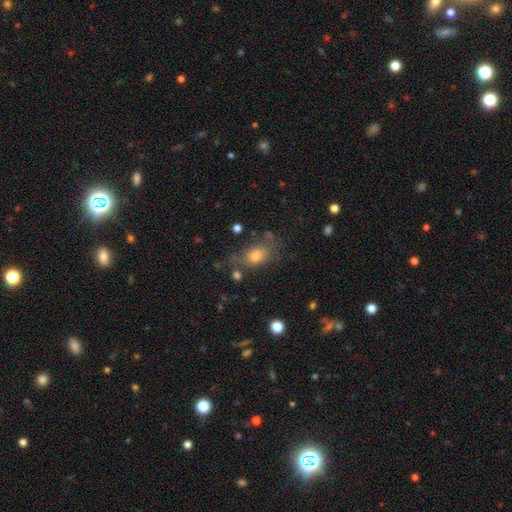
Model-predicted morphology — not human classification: Smooth or featured?
  - smooth: 73% *
  - featured or disk: 14%
  - star or artifact: 13%
How rounded?
  - in between: 69% *
  - round: 28%
  - cigar-shaped: 3%
Merging?
  - none: 58% *
  - minor disturbance: 23%
  - major disturbance: 12%
  - merger: 8%